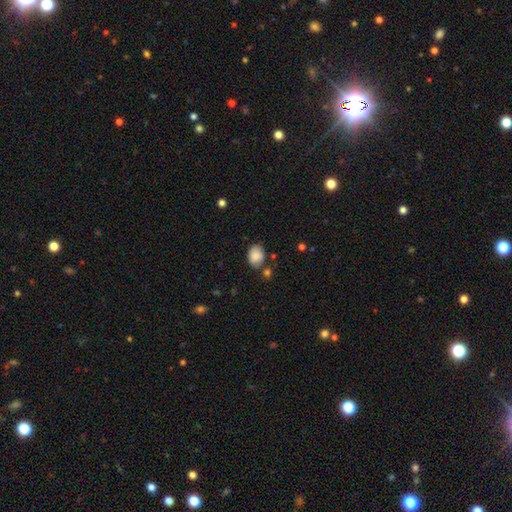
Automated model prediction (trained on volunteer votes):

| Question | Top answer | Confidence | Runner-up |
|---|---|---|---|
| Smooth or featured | smooth | 84% | featured or disk (8%) |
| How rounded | in between | 67% | round (32%) |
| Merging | none | 68% | minor disturbance (19%) |